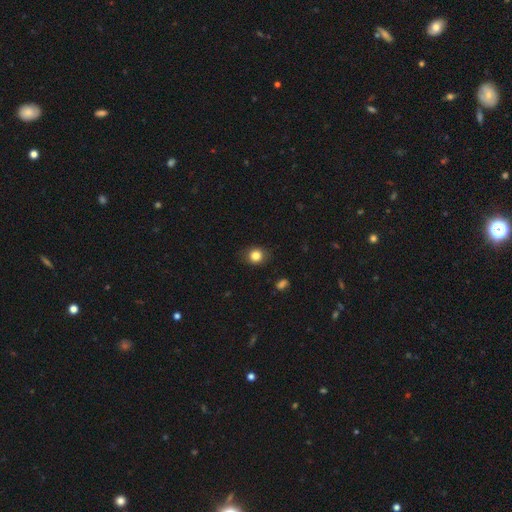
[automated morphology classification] Smooth or featured?
  - smooth: 83% *
  - star or artifact: 11%
  - featured or disk: 6%
How rounded?
  - round: 76% *
  - in between: 23%
  - cigar-shaped: 1%
Merging?
  - none: 86% *
  - minor disturbance: 10%
  - major disturbance: 2%
  - merger: 1%